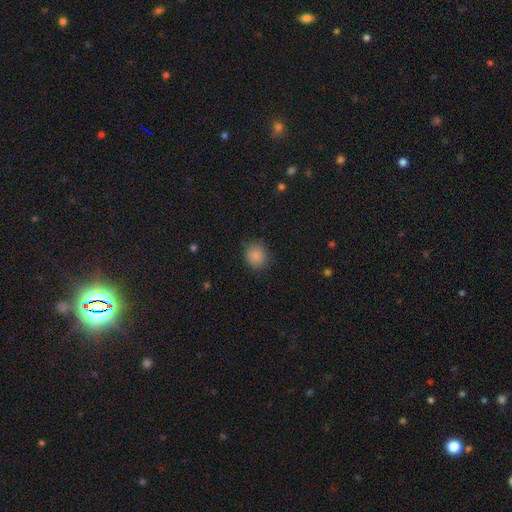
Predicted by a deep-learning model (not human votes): A smooth galaxy with no disk features (86%) that is round (77%).

Vote fractions:
- Smooth or featured? smooth: 86% / star or artifact: 9% / featured or disk: 5%
- How rounded? round: 77% / in between: 22% / cigar-shaped: 1%
- Merging? none: 83% / minor disturbance: 13% / major disturbance: 3% / merger: 1%